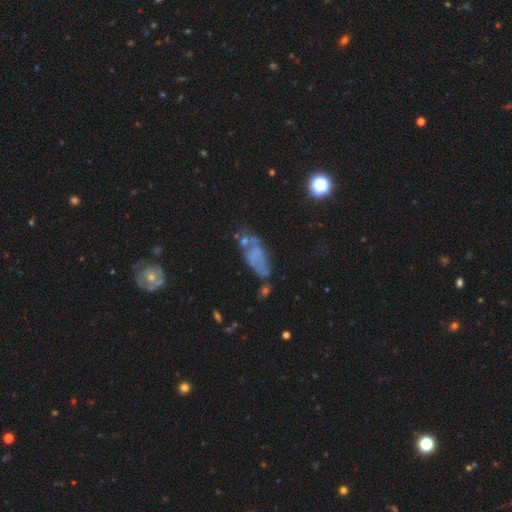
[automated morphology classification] Q: Smooth or featured?
A: featured or disk (45%); runner-up: smooth (37%)
Q: Merging?
A: none (38%); runner-up: minor disturbance (24%)